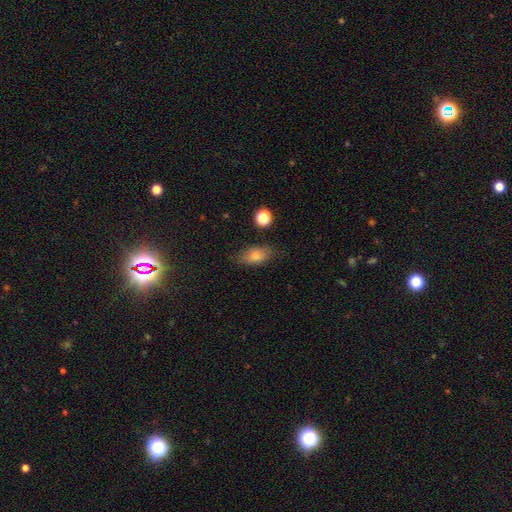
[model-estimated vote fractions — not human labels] The model was most divided on "merging": none: 76%, minor disturbance: 17%, major disturbance: 5%, merger: 2%. More confident: how rounded — in between (86%); smooth or featured — smooth (79%).